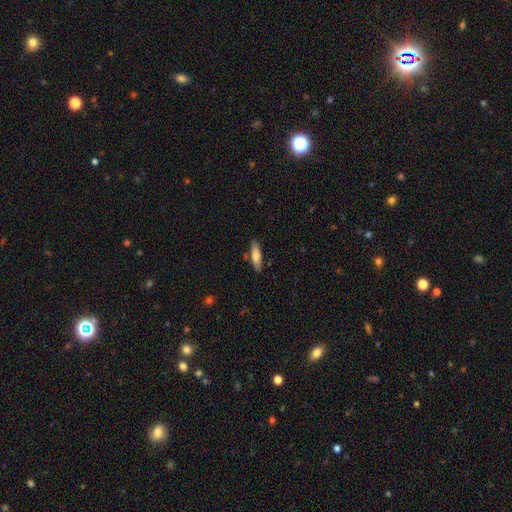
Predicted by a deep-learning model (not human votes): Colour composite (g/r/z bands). It shows a smooth galaxy with no disk features (74%) that is cigar-shaped (59%). Merging: none (82%).